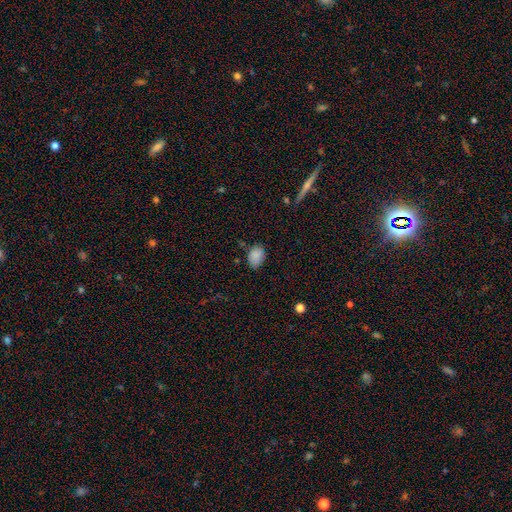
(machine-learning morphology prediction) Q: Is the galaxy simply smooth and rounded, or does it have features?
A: smooth — 86%.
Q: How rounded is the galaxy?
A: in between — 73%.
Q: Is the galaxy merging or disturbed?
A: none — 71%.